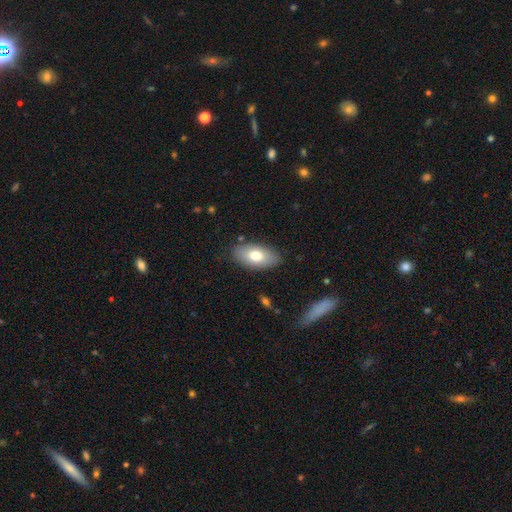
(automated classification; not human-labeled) Smooth or featured?
  - smooth: 74% *
  - featured or disk: 20%
  - star or artifact: 7%
How rounded?
  - in between: 93% *
  - cigar-shaped: 4%
  - round: 3%
Merging?
  - none: 84% *
  - minor disturbance: 11%
  - major disturbance: 3%
  - merger: 2%